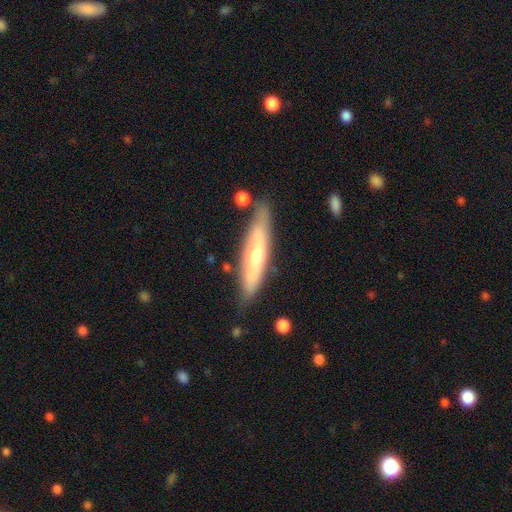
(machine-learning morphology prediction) Smooth or featured: featured or disk — 53% (smooth — 41%)
Edge-on disk: yes — 78% (no — 22%)
Merging: none — 82% (minor disturbance — 12%)